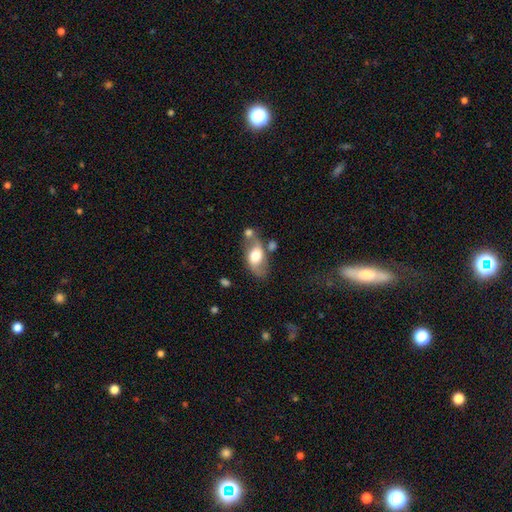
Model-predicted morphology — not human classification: smooth-or-featured: smooth: 47% | featured or disk: 46% | star or artifact: 7%
  merging: none: 51% | minor disturbance: 22% | merger: 17% | major disturbance: 10%